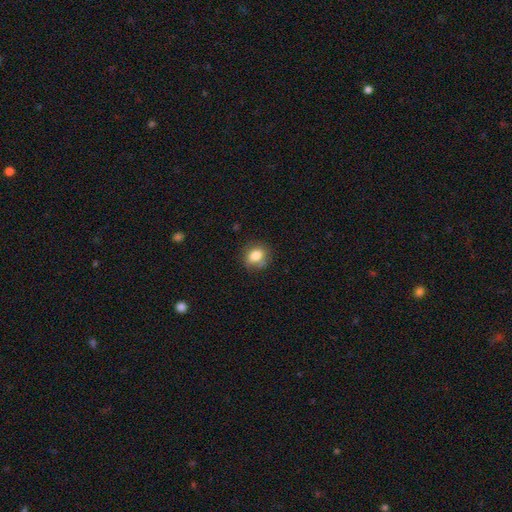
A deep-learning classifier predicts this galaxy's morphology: smooth_or_featured: smooth (p=0.81) [alt: featured or disk p=0.10]
how_rounded: round (p=0.55) [alt: in between p=0.44]
merging: none (p=0.71) [alt: minor disturbance p=0.21]